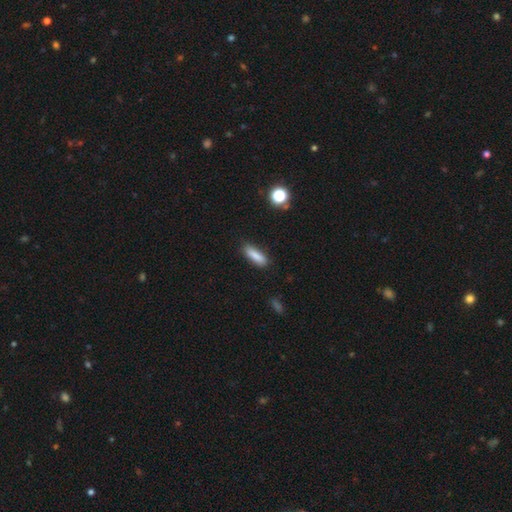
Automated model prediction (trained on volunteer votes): Smooth or featured?
  - smooth: 84% *
  - star or artifact: 8%
  - featured or disk: 8%
How rounded?
  - cigar-shaped: 56% *
  - in between: 42%
  - round: 2%
Merging?
  - none: 81% *
  - minor disturbance: 14%
  - major disturbance: 3%
  - merger: 2%